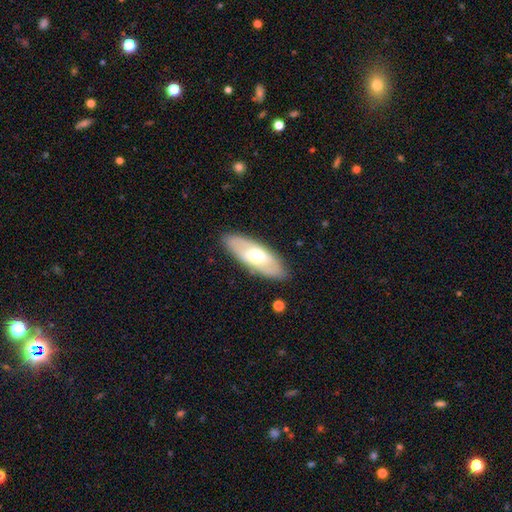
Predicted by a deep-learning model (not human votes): smooth-or-featured: smooth: 49% | featured or disk: 46% | star or artifact: 5%
  merging: none: 85% | minor disturbance: 11% | major disturbance: 3% | merger: 1%